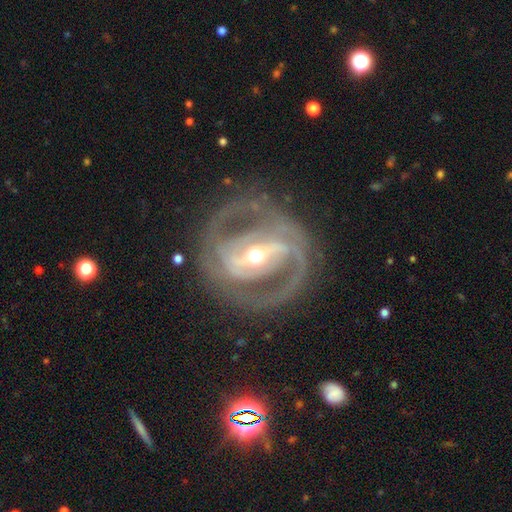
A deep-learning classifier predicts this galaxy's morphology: Smooth or featured? featured or disk (89%)
Edge-on disk? no (95%)
Bar? strong (63%)
Spiral arms? yes (91%)
Spiral winding? medium (45%)
Spiral arm count? 2 (75%)
Bulge size? moderate (60%)
Merging? none (74%)